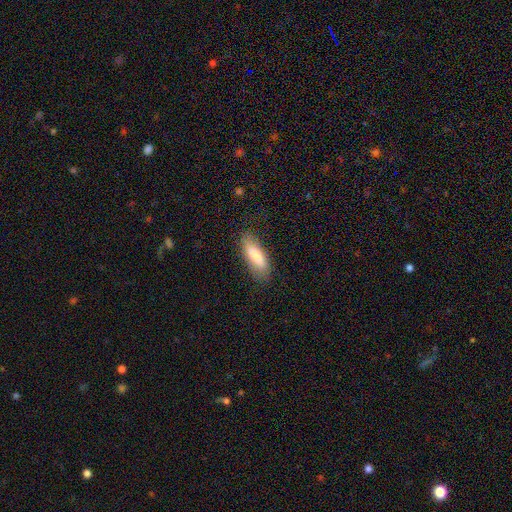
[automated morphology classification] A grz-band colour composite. It shows a smooth galaxy with no disk features (82%) that is in between round and cigar-shaped (59%). Merging: none (78%).